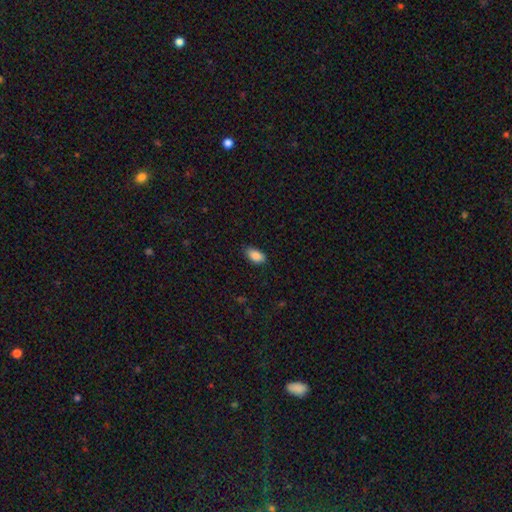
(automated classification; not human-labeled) Morphology: type=smooth (88%); roundness=in between (93%); merging=none (80%).